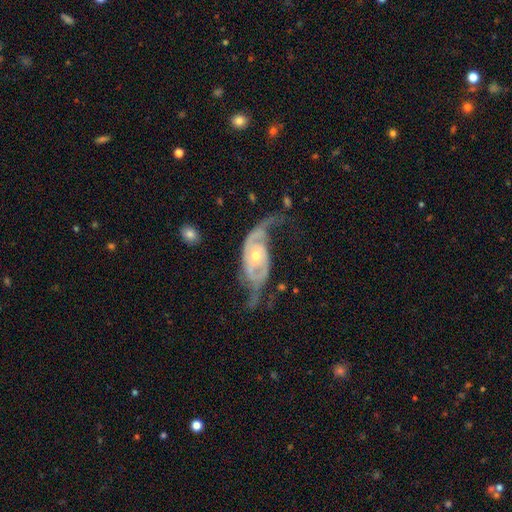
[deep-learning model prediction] This appears to be a featured or disk galaxy (88%) with no bar (66%), 2 (81%) loose (40%) spiral arms (94%) and a moderate central bulge (50%). Merging: none (41%).